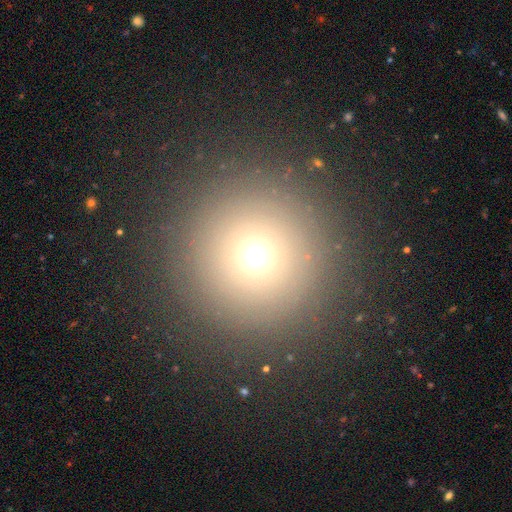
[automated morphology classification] This appears to be a smooth galaxy with no disk features (67%) that is round (96%). Merging: none (89%).